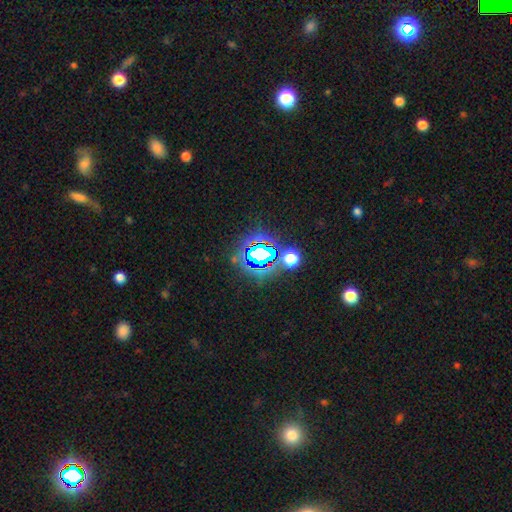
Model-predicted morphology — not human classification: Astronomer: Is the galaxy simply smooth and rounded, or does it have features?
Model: star or artifact — 72%.